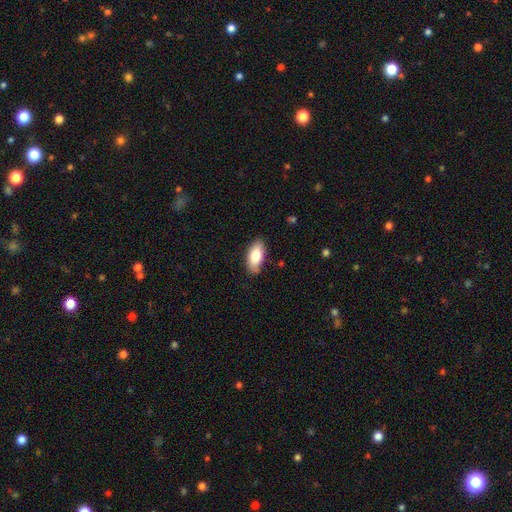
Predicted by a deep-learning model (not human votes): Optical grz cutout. It shows a smooth galaxy with no disk features (82%) that is in between round and cigar-shaped (90%). Merging: none (84%).